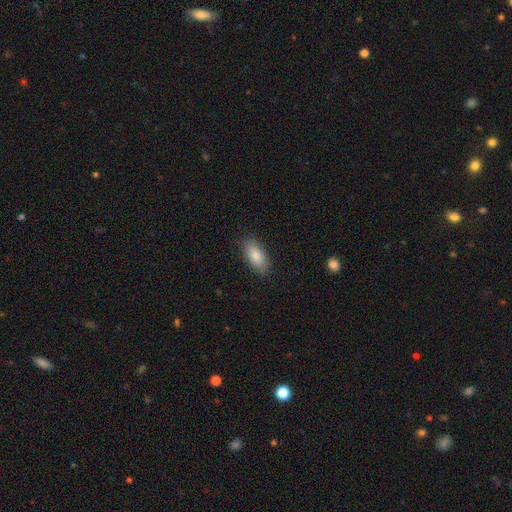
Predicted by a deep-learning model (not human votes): smooth_or_featured: smooth (p=0.86) [alt: featured or disk p=0.08]
how_rounded: in between (p=0.90) [alt: cigar-shaped p=0.08]
merging: none (p=0.86) [alt: minor disturbance p=0.10]